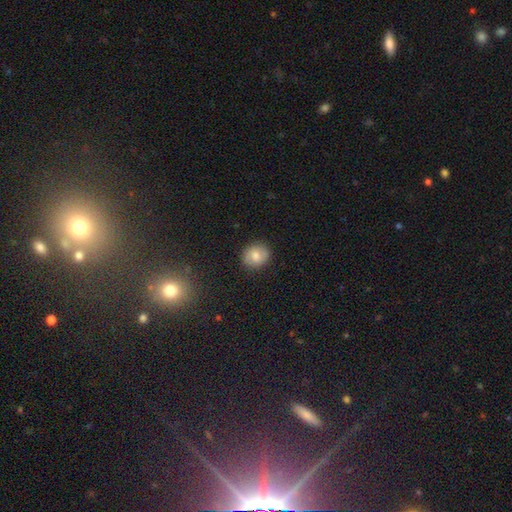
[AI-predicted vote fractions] Smooth or featured: smooth — 71% (featured or disk — 20%)
How rounded: round — 77% (in between — 22%)
Merging: none — 87% (minor disturbance — 10%)